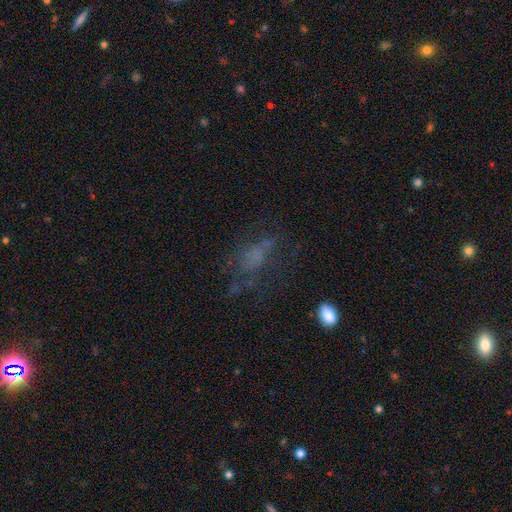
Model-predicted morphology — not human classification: Smooth or featured? Predicted: smooth (p=0.41). Merging? Predicted: none (p=0.46).